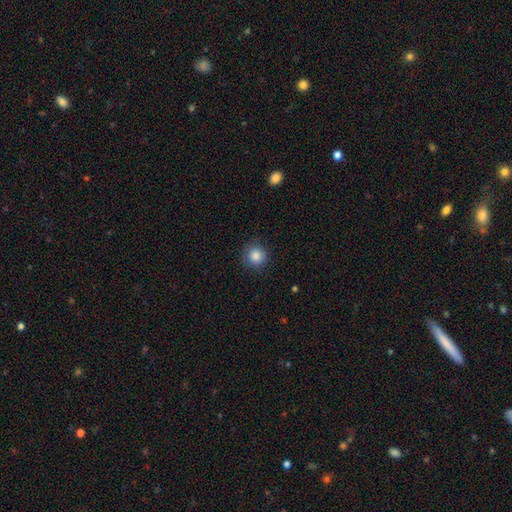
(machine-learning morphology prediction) Smooth or featured? smooth (85%)
How rounded? round (93%)
Merging? none (86%)